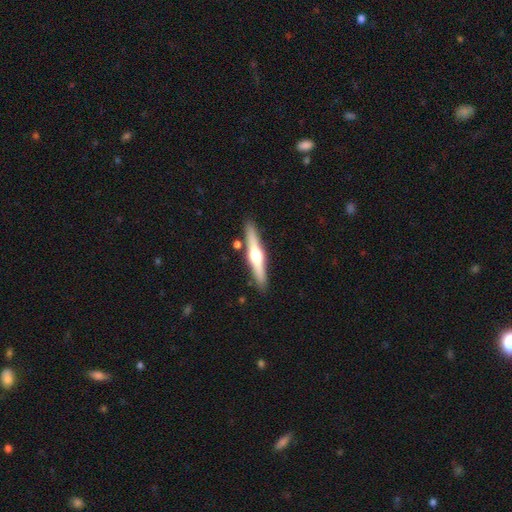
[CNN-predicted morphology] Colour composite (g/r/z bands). It shows a featured or disk galaxy (67%) viewed edge-on (97%) with a rounded central bulge (94%). Merging: none (86%).